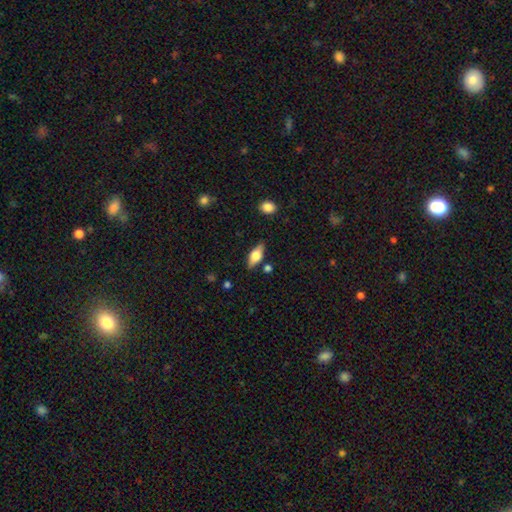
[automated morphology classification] Smooth or featured? Predicted: smooth (p=0.61). How rounded? Predicted: in between (p=0.78). Merging? Predicted: none (p=0.82).